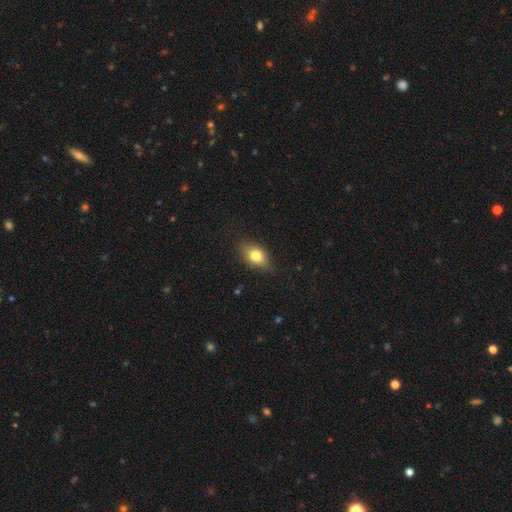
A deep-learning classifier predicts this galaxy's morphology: A smooth galaxy with no disk features (78%) that is in between round and cigar-shaped (82%). Merging: none (79%).